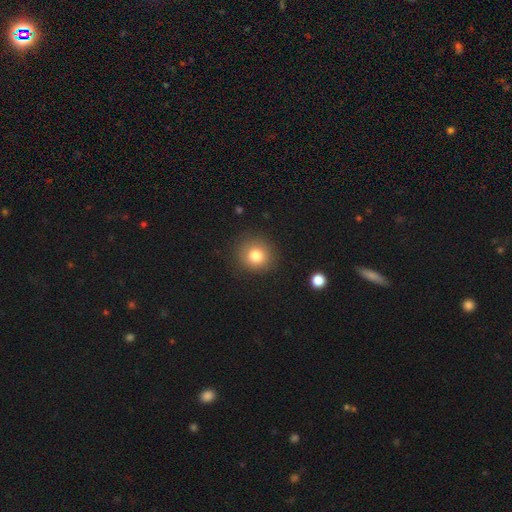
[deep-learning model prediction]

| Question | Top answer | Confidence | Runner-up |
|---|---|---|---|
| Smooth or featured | smooth | 80% | star or artifact (11%) |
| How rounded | round | 90% | in between (9%) |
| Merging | none | 89% | minor disturbance (7%) |